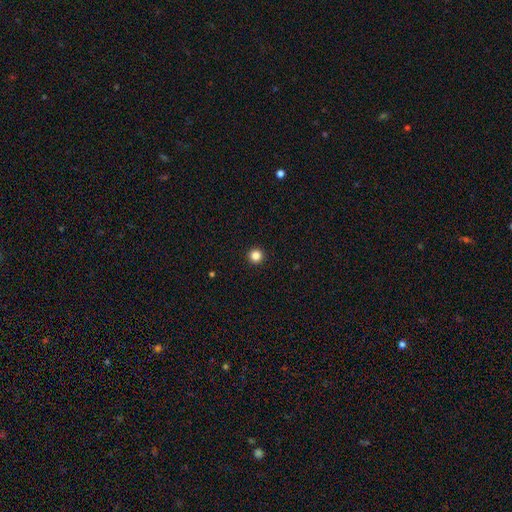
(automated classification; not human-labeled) Morphology: type=smooth (85%); roundness=round (97%); merging=none (94%).